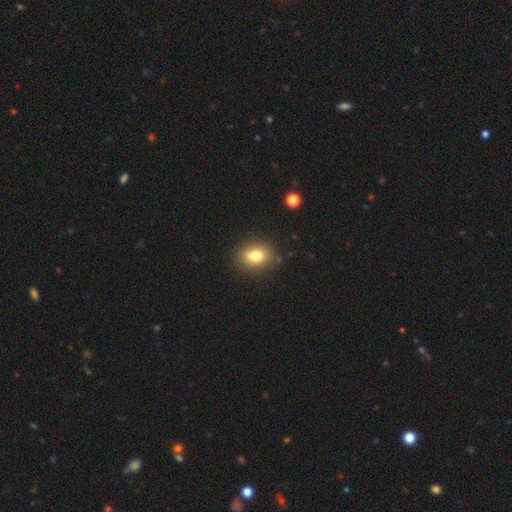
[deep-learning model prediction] Smooth or featured: smooth — 79% (featured or disk — 11%)
How rounded: in between — 65% (round — 34%)
Merging: none — 83% (minor disturbance — 11%)